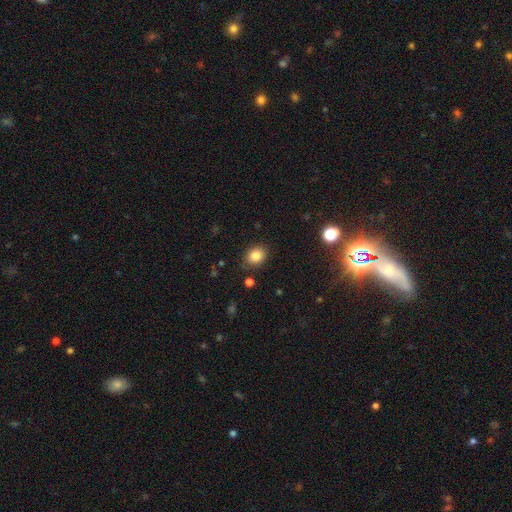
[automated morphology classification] Overall: smooth (85%). How rounded: in between (50%; round 49%). Merging: none (83%).